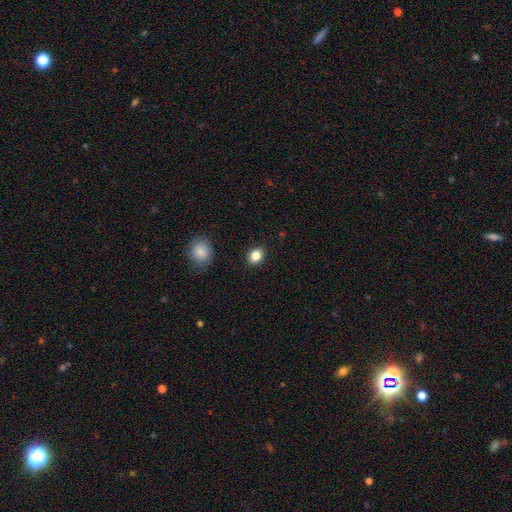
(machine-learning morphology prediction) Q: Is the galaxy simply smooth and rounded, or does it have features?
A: smooth — 84%.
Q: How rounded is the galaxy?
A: round — 51%.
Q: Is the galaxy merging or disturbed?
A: none — 89%.